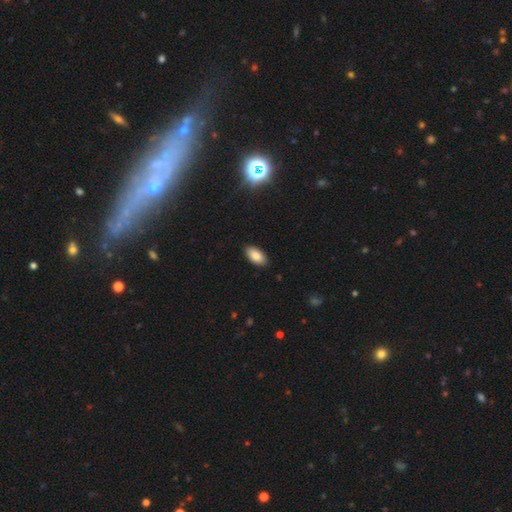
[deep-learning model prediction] This is clearly a smooth galaxy (83%). How rounded: clearly in between (94%). Merging: clearly none (89%).